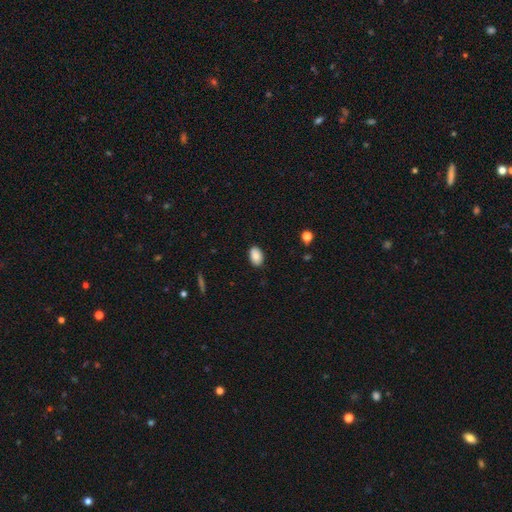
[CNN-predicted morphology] smooth 87%, star or artifact 7%, featured or disk 5%. Down the decision tree: how rounded — in between (90%); merging — none (87%).